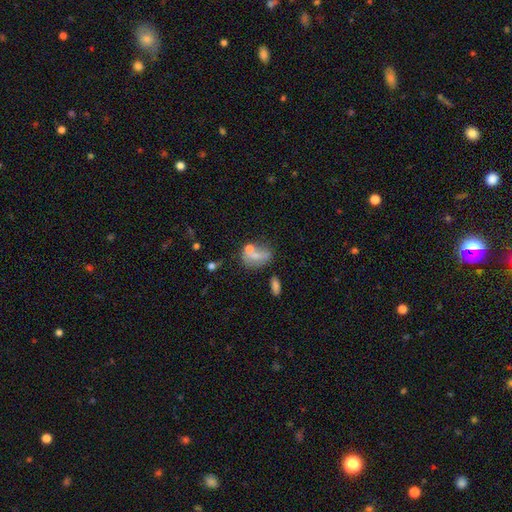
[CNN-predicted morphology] Smooth or featured? Predicted: smooth (p=0.63). How rounded? Predicted: in between (p=0.67). Merging? Predicted: none (p=0.34).